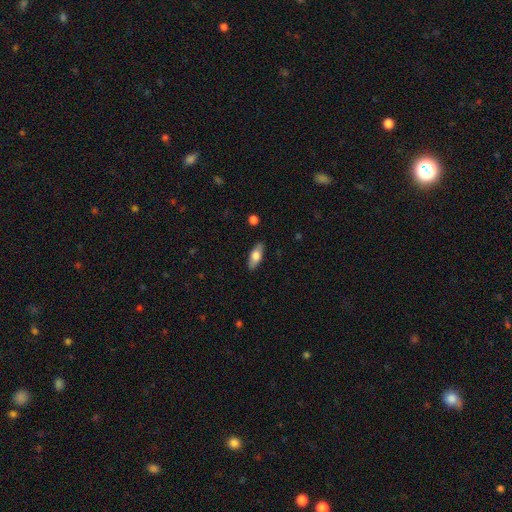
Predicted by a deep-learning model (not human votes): smooth-or-featured: smooth: 68% | featured or disk: 26% | star or artifact: 6%
  how-rounded: in between: 75% | cigar-shaped: 22% | round: 3%
  merging: none: 87% | minor disturbance: 10% | major disturbance: 2% | merger: 1%